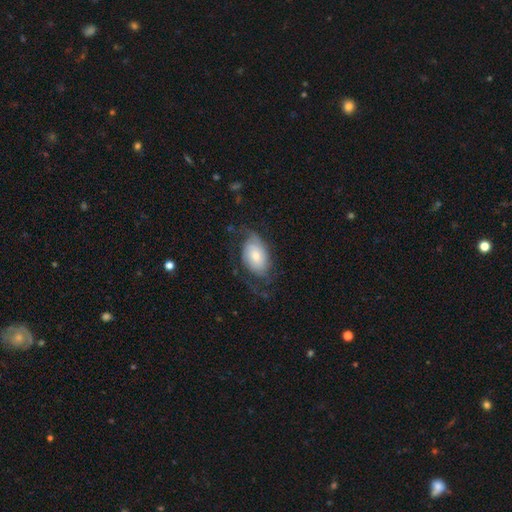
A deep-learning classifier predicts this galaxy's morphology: type=featured or disk (56%); edge-on=no (95%); bar=no (73%); spiral arms=yes (84%); bulge=moderate (46%); merging=none (49%).